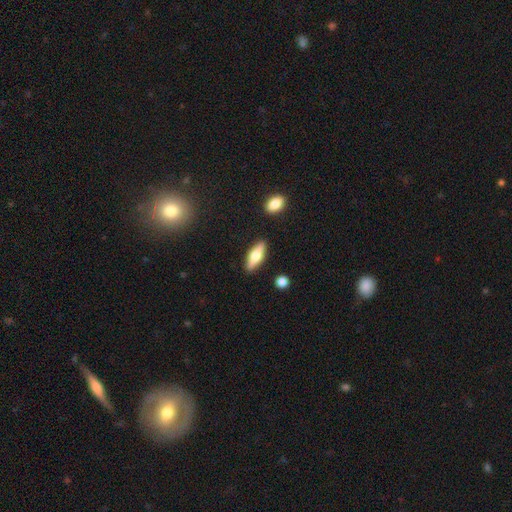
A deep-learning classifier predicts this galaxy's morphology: type=smooth (55%); roundness=in between (52%); merging=none (87%).